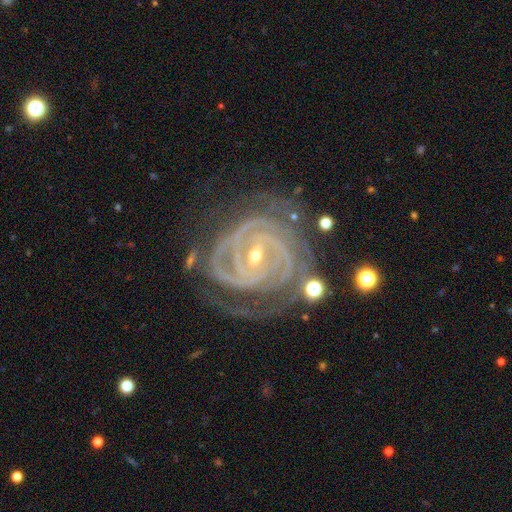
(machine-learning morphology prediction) Smooth or featured?
  - featured or disk: 93% *
  - star or artifact: 4%
  - smooth: 3%
Edge-on disk?
  - no: 97% *
  - yes: 3%
Bar?
  - weak: 42% *
  - strong: 36%
  - no: 23%
Spiral arms?
  - yes: 98% *
  - no: 2%
Spiral winding?
  - tight: 81% *
  - medium: 17%
  - loose: 2%
Spiral arm count?
  - 3: 27% *
  - 2: 26%
  - 4: 18%
  - can't tell: 14%
  - more than 4: 7%
  - 1: 6%
Bulge size?
  - small: 66% *
  - moderate: 32%
  - large: 1%
  - none: 1%
  - dominant: 1%
Merging?
  - none: 64% *
  - minor disturbance: 21%
  - major disturbance: 12%
  - merger: 3%